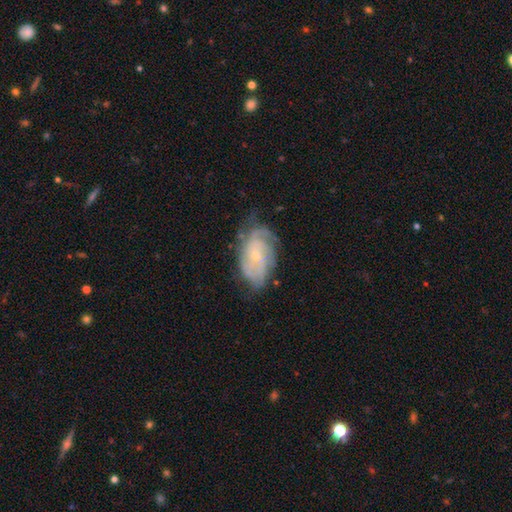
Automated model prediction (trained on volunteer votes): Overall: featured or disk (79%). Edge-on disk: no (96%). Bar: no (74%). Spiral arms: yes (94%). Spiral arm count: can't tell (37%; 3 20%). Spiral winding: tight (60%; medium 31%). Bulge size: small (75%). Merging: none (64%; minor disturbance 25%).